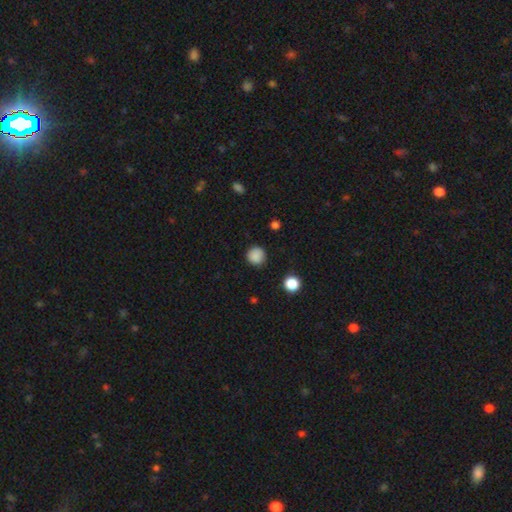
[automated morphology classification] smooth_or_featured: smooth (p=0.87) [alt: star or artifact p=0.10]
how_rounded: round (p=0.93) [alt: in between p=0.06]
merging: none (p=0.89) [alt: minor disturbance p=0.07]